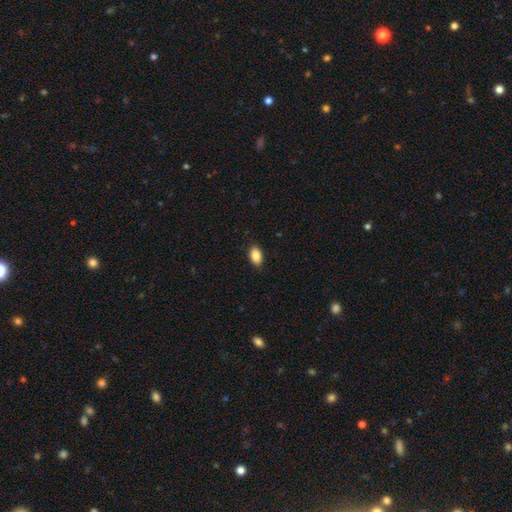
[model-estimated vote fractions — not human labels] smooth-or-featured: smooth: 88% | star or artifact: 8% | featured or disk: 5%
  how-rounded: in between: 91% | round: 8% | cigar-shaped: 2%
  merging: none: 88% | minor disturbance: 9% | major disturbance: 2% | merger: 1%